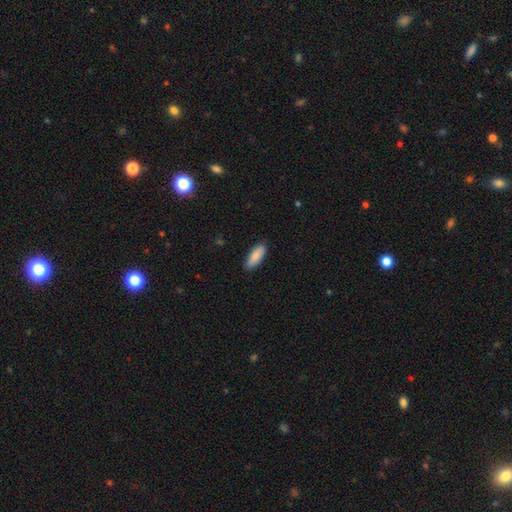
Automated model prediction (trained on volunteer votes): Overall: smooth (86%). How rounded: in between (69%). Merging: none (86%).